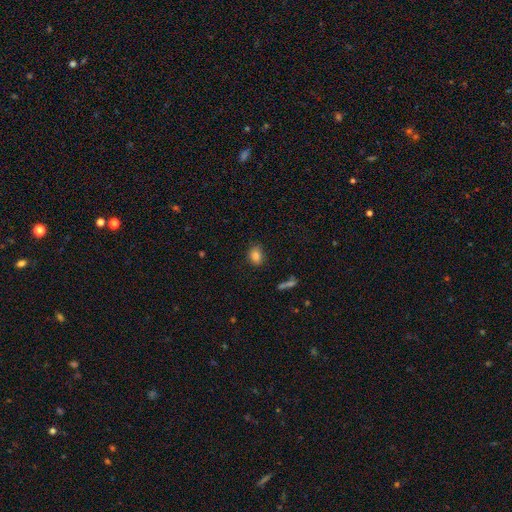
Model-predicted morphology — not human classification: A smooth galaxy with no disk features (84%) that is in between round and cigar-shaped (64%).

Vote fractions:
- Smooth or featured? smooth: 84% / star or artifact: 10% / featured or disk: 6%
- How rounded? in between: 64% / round: 35% / cigar-shaped: 2%
- Merging? none: 81% / minor disturbance: 14% / major disturbance: 3% / merger: 2%